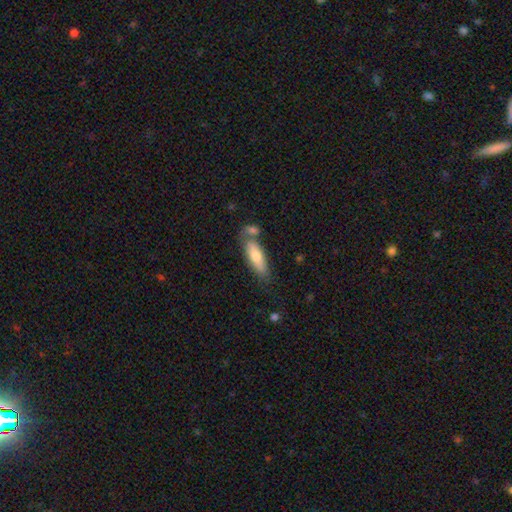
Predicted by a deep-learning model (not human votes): Q: Smooth or featured?
A: smooth (70%); runner-up: featured or disk (23%)
Q: How rounded?
A: in between (50%); runner-up: cigar-shaped (48%)
Q: Merging?
A: none (59%); runner-up: merger (20%)